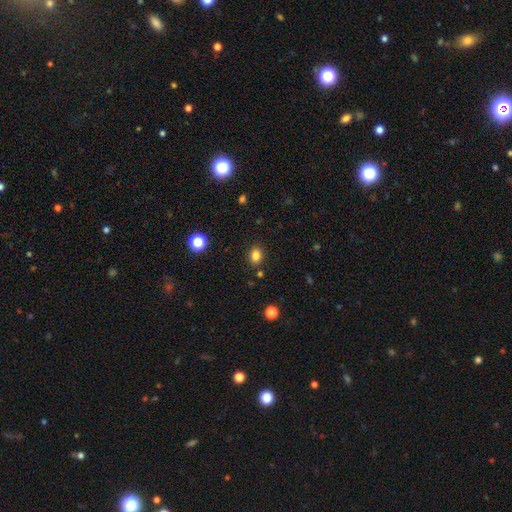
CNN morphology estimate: smooth-or-featured: smooth: 83% | star or artifact: 12% | featured or disk: 5%
  how-rounded: in between: 55% | round: 44% | cigar-shaped: 1%
  merging: none: 85% | minor disturbance: 9% | merger: 3% | major disturbance: 2%